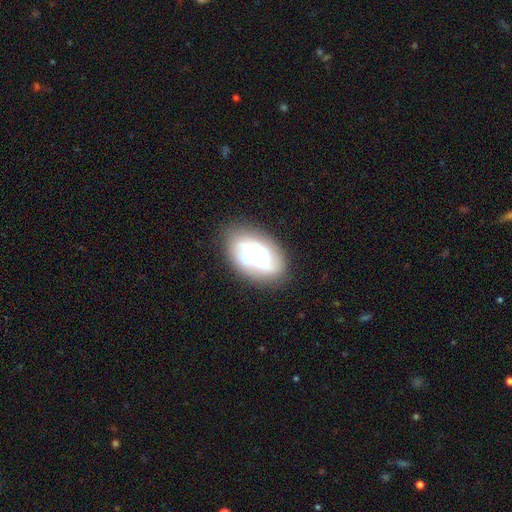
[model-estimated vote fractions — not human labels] Smooth or featured? Predicted: featured or disk (p=0.67). Edge-on disk? Predicted: no (p=0.96). Bar? Predicted: no (p=0.53). Spiral arms? Predicted: yes (p=0.82). Spiral winding? Predicted: tight (p=0.40, tied with medium). Spiral arm count? Predicted: 3 (p=0.29). Bulge size? Predicted: small (p=0.41). Merging? Predicted: none (p=0.67).